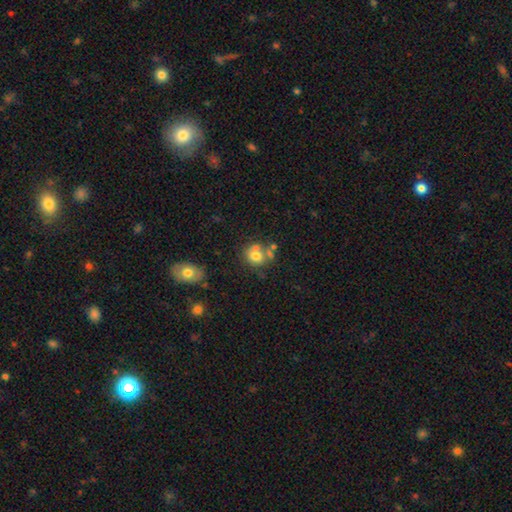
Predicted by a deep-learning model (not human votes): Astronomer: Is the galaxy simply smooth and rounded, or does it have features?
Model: smooth — 71%.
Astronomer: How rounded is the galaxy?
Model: round — 73%.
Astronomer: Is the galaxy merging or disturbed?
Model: none — 48% (runner-up: merger, 32%).